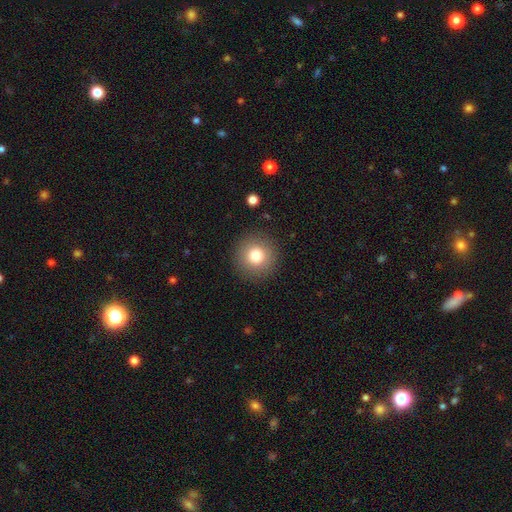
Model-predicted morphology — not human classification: Smooth or featured? smooth (79%)
How rounded? round (95%)
Merging? none (90%)